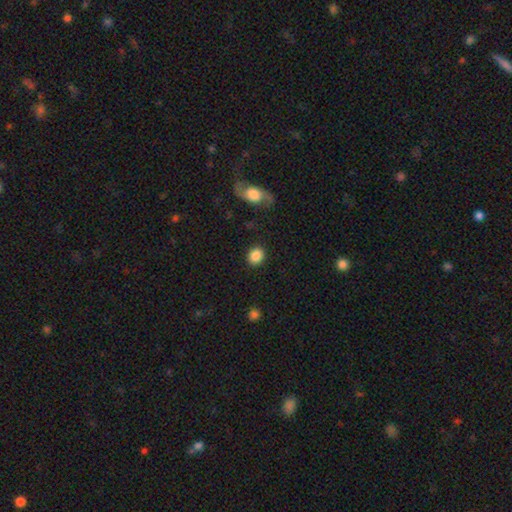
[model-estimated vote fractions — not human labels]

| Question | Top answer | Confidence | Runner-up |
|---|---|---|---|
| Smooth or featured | smooth | 86% | star or artifact (8%) |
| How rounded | round | 71% | in between (28%) |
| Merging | none | 89% | minor disturbance (7%) |